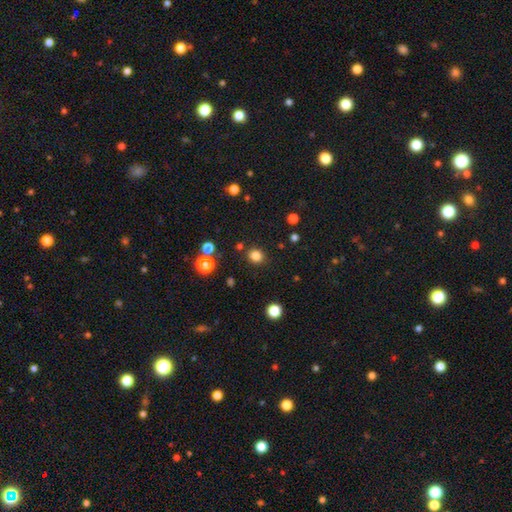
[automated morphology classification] Overall: smooth (82%). How rounded: round (76%). Merging: none (87%).